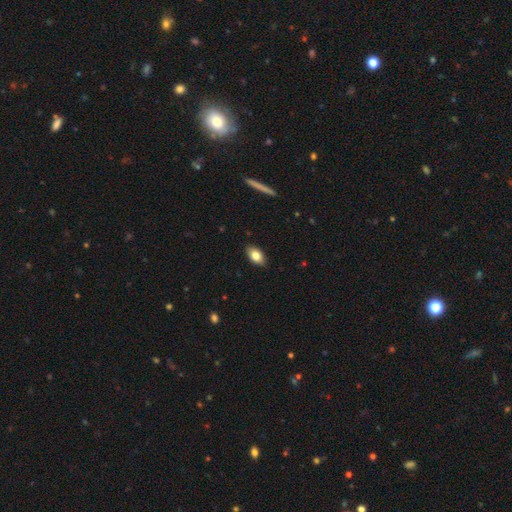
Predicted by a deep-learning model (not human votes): Smooth or featured? smooth (80%)
How rounded? in between (90%)
Merging? none (87%)